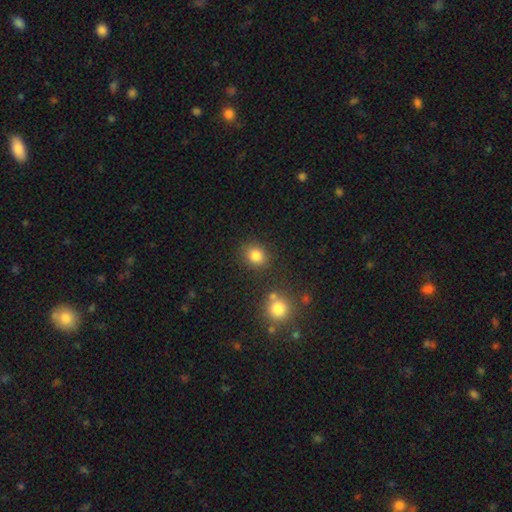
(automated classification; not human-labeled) Q: Smooth or featured?
A: smooth (83%); runner-up: star or artifact (12%)
Q: How rounded?
A: round (69%); runner-up: in between (30%)
Q: Merging?
A: none (82%); runner-up: minor disturbance (10%)